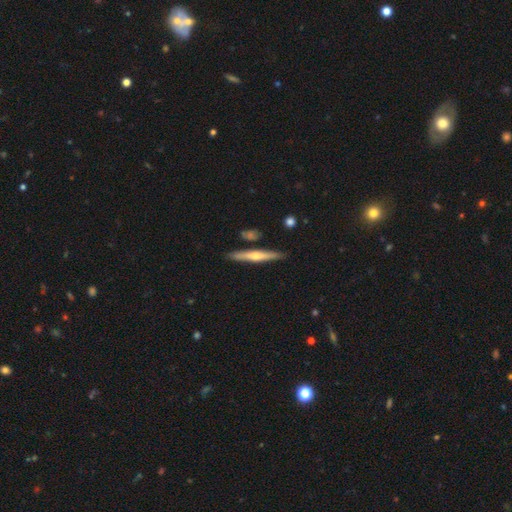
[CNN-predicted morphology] This is possibly a featured or disk galaxy (55%). It is clearly viewed edge-on (96%). Edge-on bulge: likely rounded (78%). Merging: clearly none (87%).